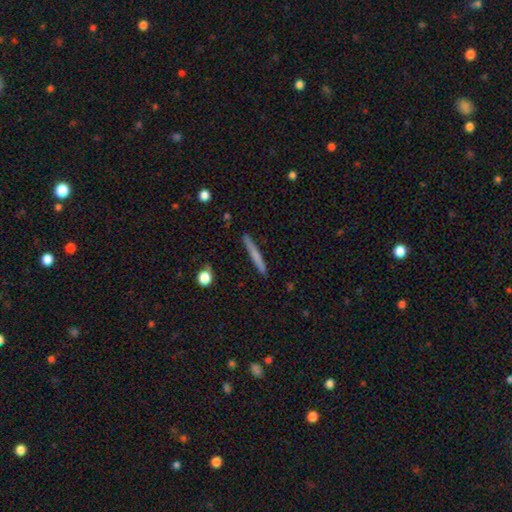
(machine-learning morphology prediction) A smooth galaxy with no disk features (60%) that is cigar-shaped (96%). Merging: none (90%).